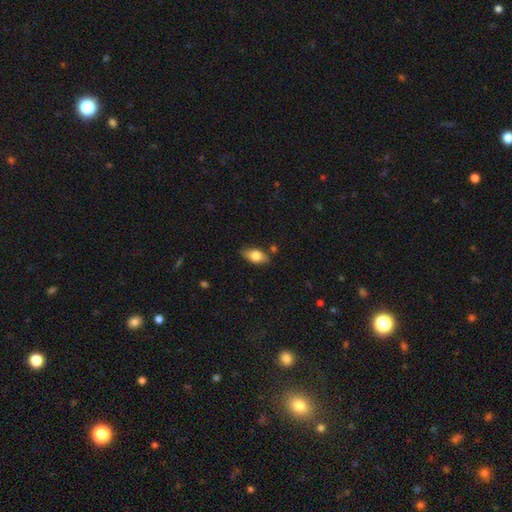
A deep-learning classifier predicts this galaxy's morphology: A smooth galaxy with no disk features (72%) that is in between round and cigar-shaped (88%). Merging: none (80%).